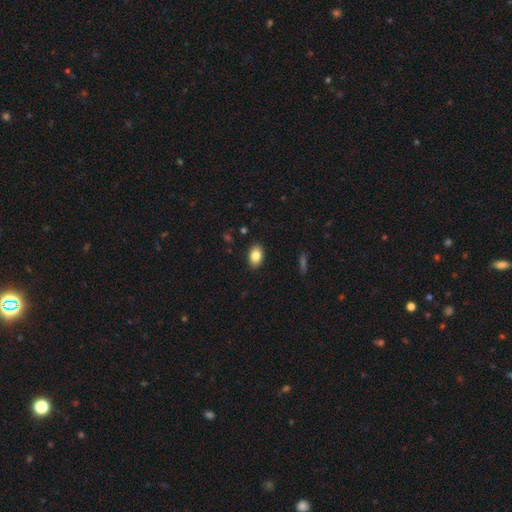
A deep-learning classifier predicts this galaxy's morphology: smooth_or_featured: smooth (p=0.83) [alt: featured or disk p=0.09]
how_rounded: in between (p=0.84) [alt: round p=0.14]
merging: none (p=0.89) [alt: minor disturbance p=0.08]